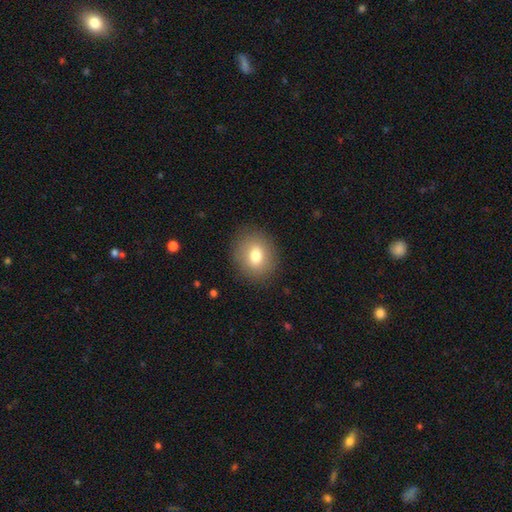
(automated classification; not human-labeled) Smooth or featured?
  - smooth: 78% *
  - featured or disk: 13%
  - star or artifact: 10%
How rounded?
  - round: 63% *
  - in between: 36%
  - cigar-shaped: 1%
Merging?
  - none: 87% *
  - minor disturbance: 8%
  - major disturbance: 3%
  - merger: 1%